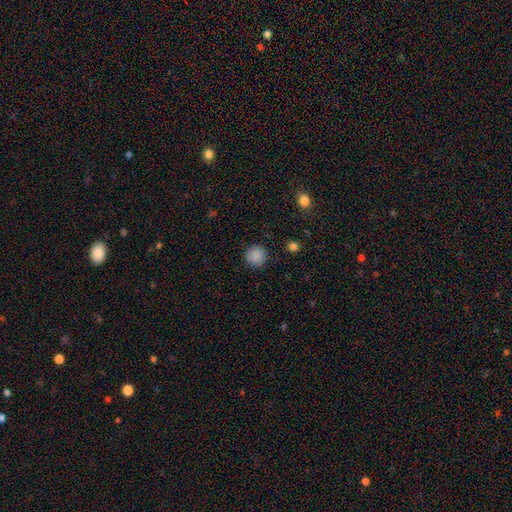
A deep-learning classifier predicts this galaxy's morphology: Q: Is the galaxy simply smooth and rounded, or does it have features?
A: smooth — 88%.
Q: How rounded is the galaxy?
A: round — 95%.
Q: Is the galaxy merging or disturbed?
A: none — 91%.